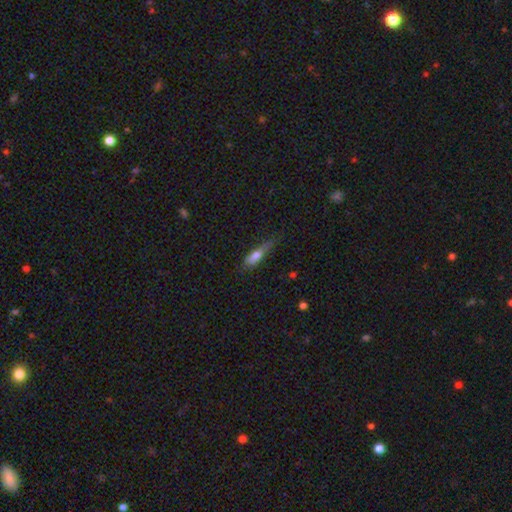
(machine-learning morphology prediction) A smooth galaxy with no disk features (66%) that is cigar-shaped (63%). Merging: none (50%).